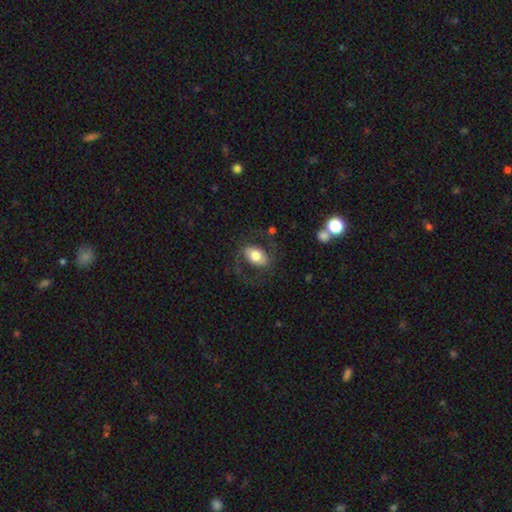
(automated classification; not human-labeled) A smooth galaxy with no disk features (54%) that is in between round and cigar-shaped (84%). Merging: none (65%).